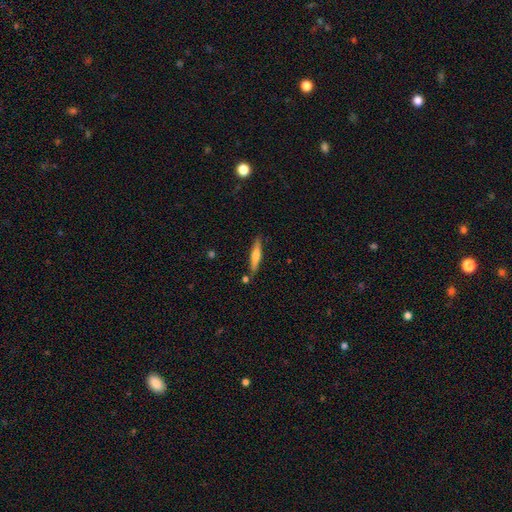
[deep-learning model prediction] smooth 53%, featured or disk 41%, star or artifact 6%. Down the decision tree: how rounded — cigar-shaped (89%); merging — none (81%).